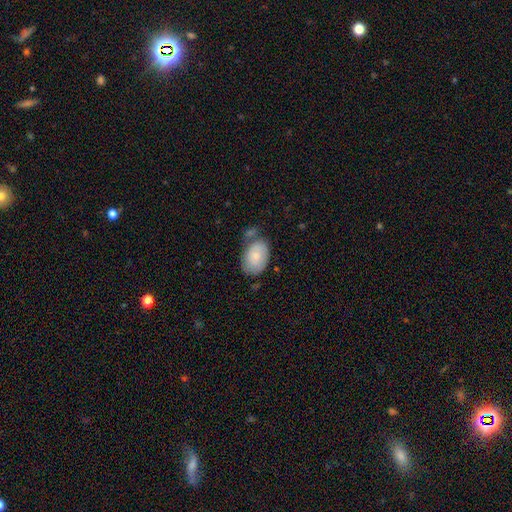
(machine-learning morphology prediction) Overall: smooth (76%). How rounded: in between (88%). Merging: none (54%; minor disturbance 25%).